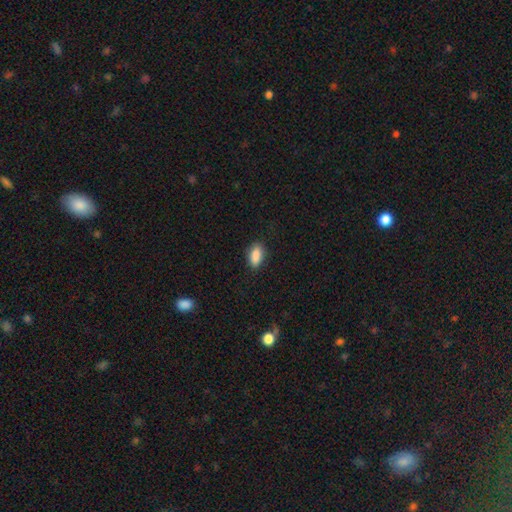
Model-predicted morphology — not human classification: A smooth galaxy with no disk features (89%) that is in between round and cigar-shaped (89%). Merging: none (85%).